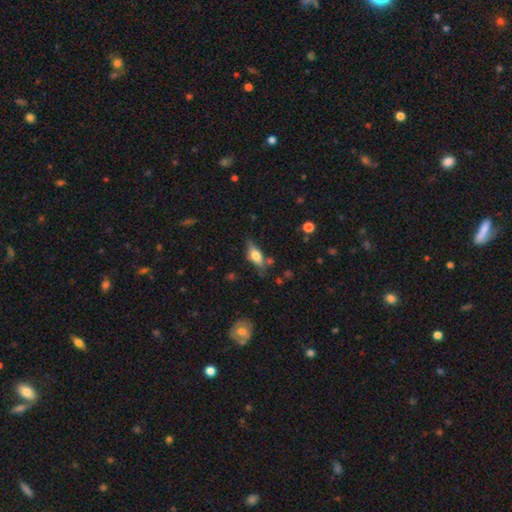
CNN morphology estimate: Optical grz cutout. It shows a smooth galaxy with no disk features (50%) that is in between round and cigar-shaped (66%). Merging: none (67%).